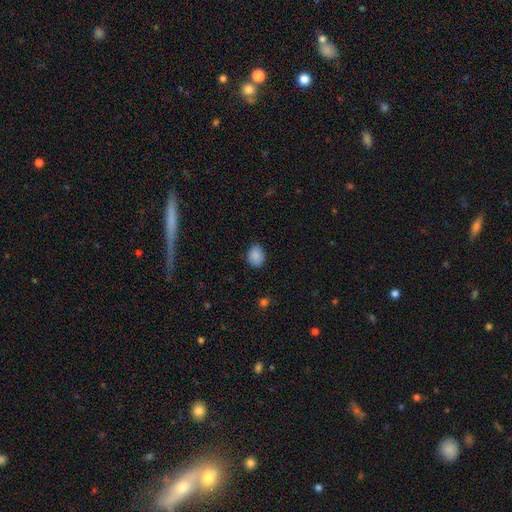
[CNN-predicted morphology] Smooth or featured? smooth (88%)
How rounded? in between (51%)
Merging? none (83%)